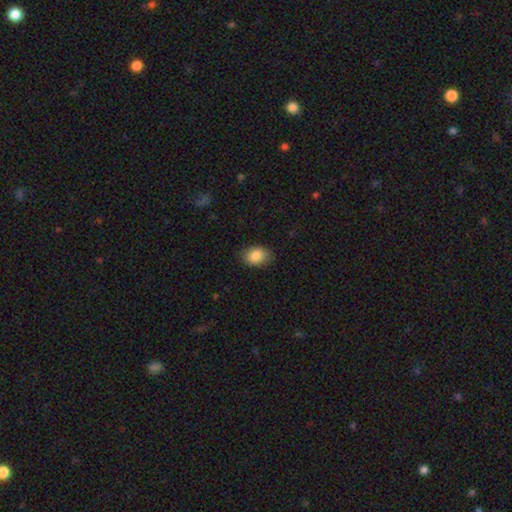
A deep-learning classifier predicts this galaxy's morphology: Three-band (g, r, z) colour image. It shows a smooth galaxy with no disk features (87%) that is in between round and cigar-shaped (77%). Merging: none (80%).